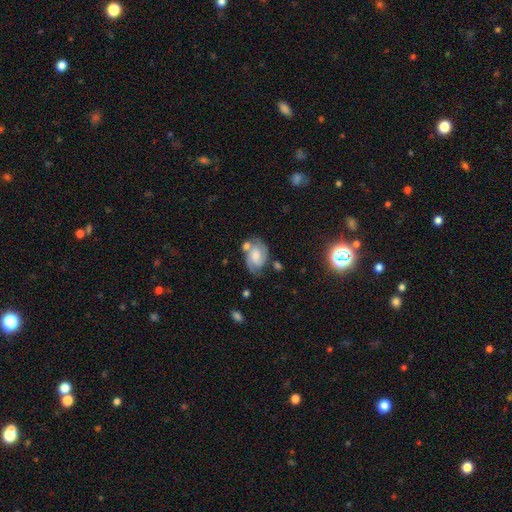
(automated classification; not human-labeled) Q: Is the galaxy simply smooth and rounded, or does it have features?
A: featured or disk — 54%.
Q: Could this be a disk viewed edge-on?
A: no — 96%.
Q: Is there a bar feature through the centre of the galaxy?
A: no — 57%.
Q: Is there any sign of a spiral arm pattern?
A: yes — 84%.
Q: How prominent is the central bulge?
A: moderate — 37%.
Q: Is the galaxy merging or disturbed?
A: none — 50%.